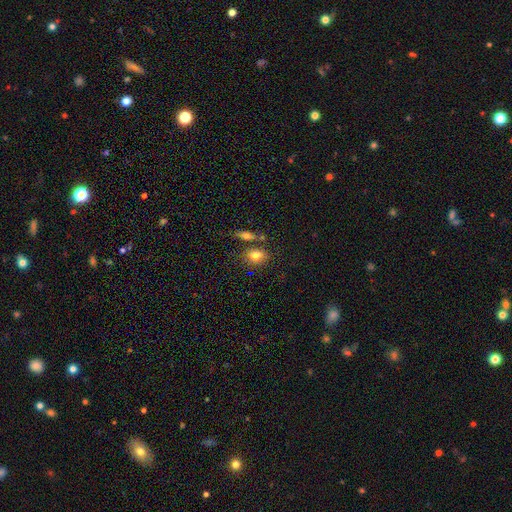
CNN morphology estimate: The model was most divided on "how rounded": in between: 63%, round: 34%, cigar-shaped: 3%. More confident: smooth or featured — smooth (78%); merging — none (64%).